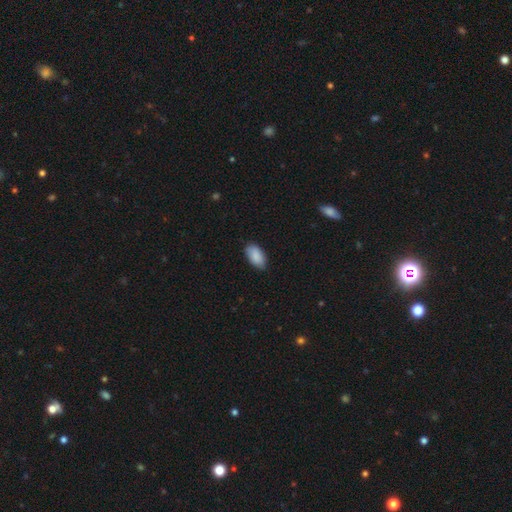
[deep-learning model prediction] smooth 89%, star or artifact 6%, featured or disk 5%. Down the decision tree: how rounded — in between (95%); merging — none (80%).